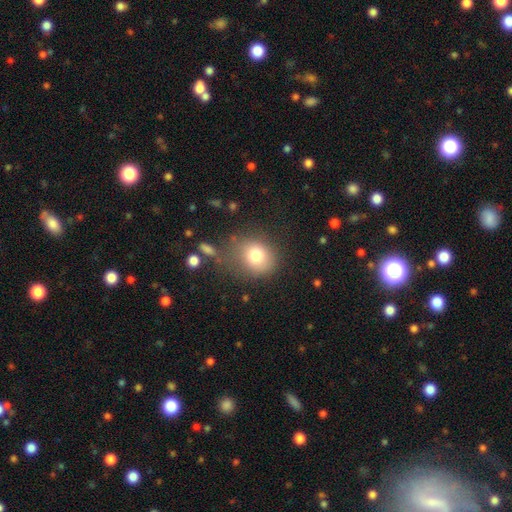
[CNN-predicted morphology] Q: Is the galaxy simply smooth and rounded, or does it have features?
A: smooth — 78%.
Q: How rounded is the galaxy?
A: round — 73%.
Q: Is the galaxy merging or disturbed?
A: none — 64%.